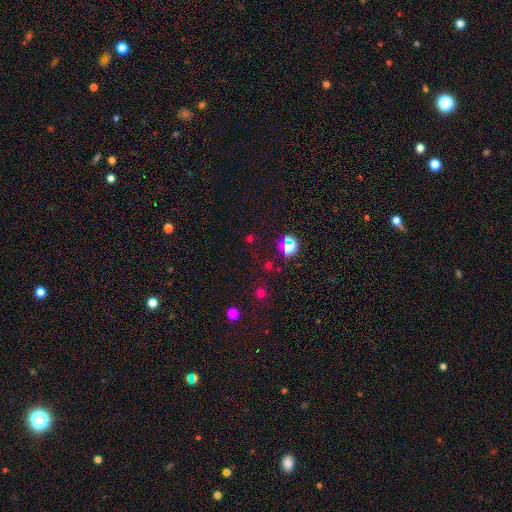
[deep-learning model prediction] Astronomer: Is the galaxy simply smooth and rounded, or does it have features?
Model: star or artifact — 49% (runner-up: smooth, 45%).